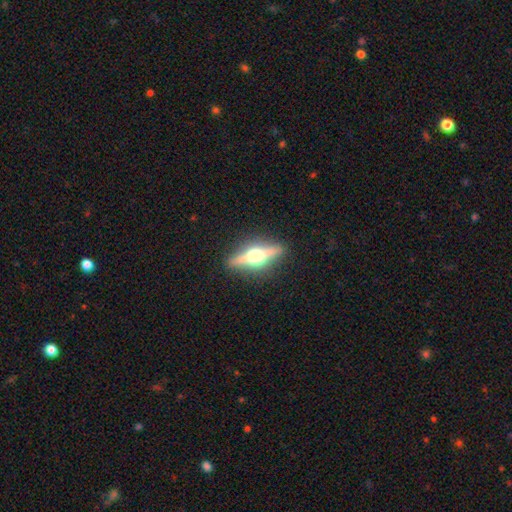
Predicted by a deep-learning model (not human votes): Smooth or featured?
  - featured or disk: 75% *
  - smooth: 19%
  - star or artifact: 6%
Edge-on disk?
  - yes: 96% *
  - no: 4%
Edge-on bulge?
  - rounded: 96% *
  - boxy: 3%
  - none: 1%
Merging?
  - none: 89% *
  - minor disturbance: 8%
  - major disturbance: 2%
  - merger: 1%